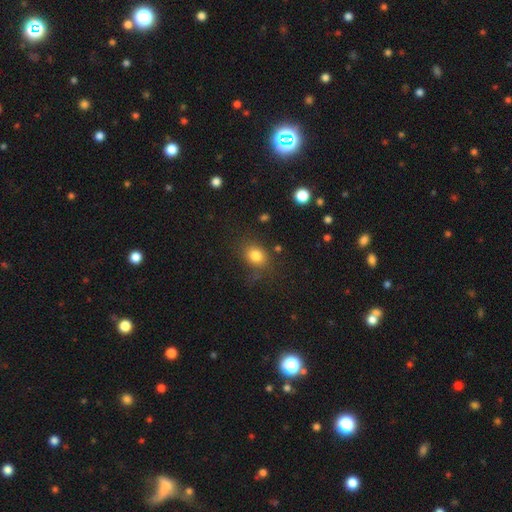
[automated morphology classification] smooth-or-featured: smooth: 81% | star or artifact: 12% | featured or disk: 8%
  how-rounded: in between: 50% | round: 49% | cigar-shaped: 1%
  merging: none: 72% | minor disturbance: 18% | major disturbance: 8% | merger: 3%